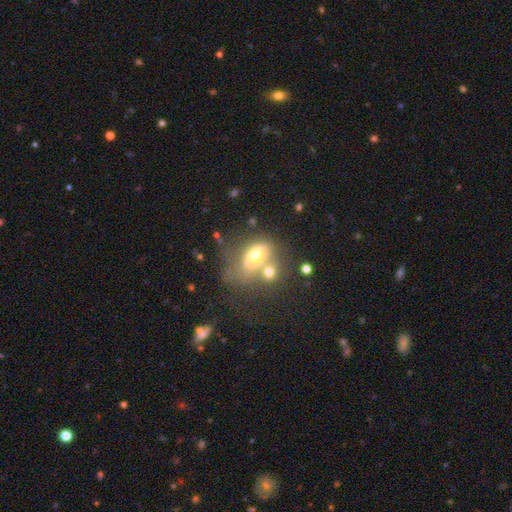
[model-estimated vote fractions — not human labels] This is possibly a smooth galaxy (59%). How rounded: likely in between (79%). Merging: marginally merger (42%).